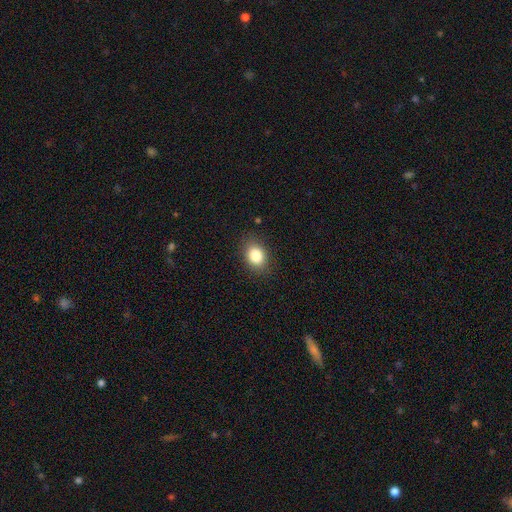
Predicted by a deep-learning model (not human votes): Overall: smooth (85%). How rounded: in between (66%; round 33%). Merging: none (85%).